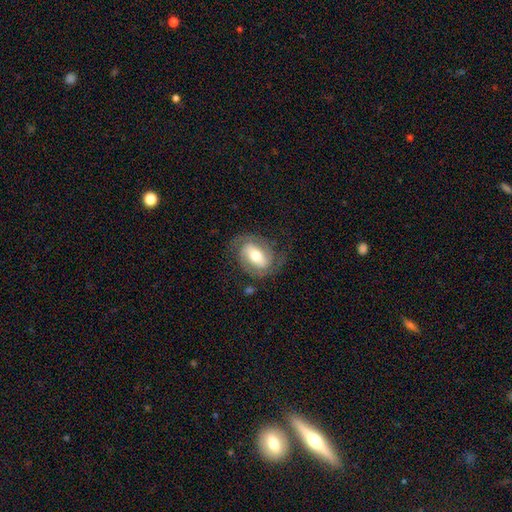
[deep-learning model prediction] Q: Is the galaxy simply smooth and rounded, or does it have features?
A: featured or disk — 68%.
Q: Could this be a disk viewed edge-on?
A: no — 95%.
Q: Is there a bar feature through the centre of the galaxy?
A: strong — 40%.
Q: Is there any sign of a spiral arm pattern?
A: yes — 85%.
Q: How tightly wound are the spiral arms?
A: medium — 44%.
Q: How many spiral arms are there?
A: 2 — 81%.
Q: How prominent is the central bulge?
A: moderate — 64%.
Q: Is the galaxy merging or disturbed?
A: none — 69%.